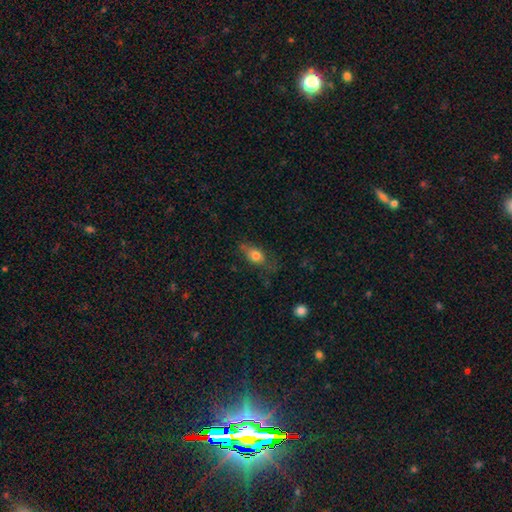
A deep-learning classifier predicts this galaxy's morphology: Overall: smooth (75%). How rounded: in between (70%). Merging: none (54%; minor disturbance 30%).